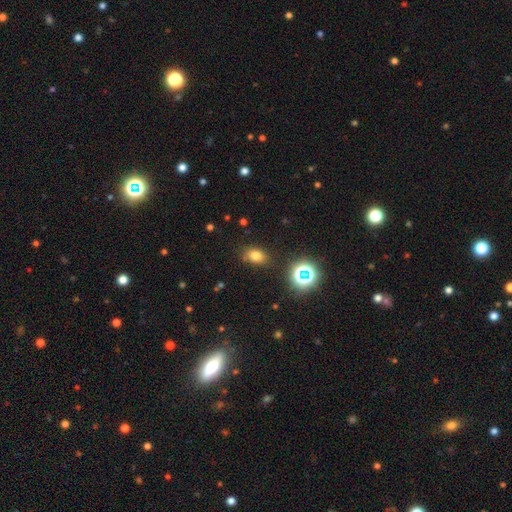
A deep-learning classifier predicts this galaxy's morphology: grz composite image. It shows a smooth galaxy with no disk features (73%) that is in between round and cigar-shaped (74%). Merging: none (80%).